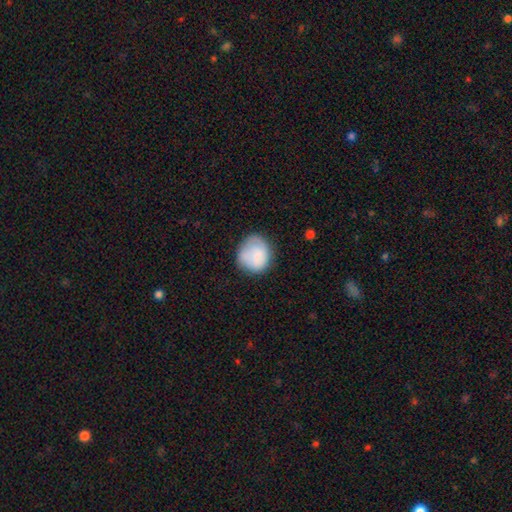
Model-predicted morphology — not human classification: smooth 78%, featured or disk 15%, star or artifact 7%. Down the decision tree: how rounded — round (78%); merging — none (64%).